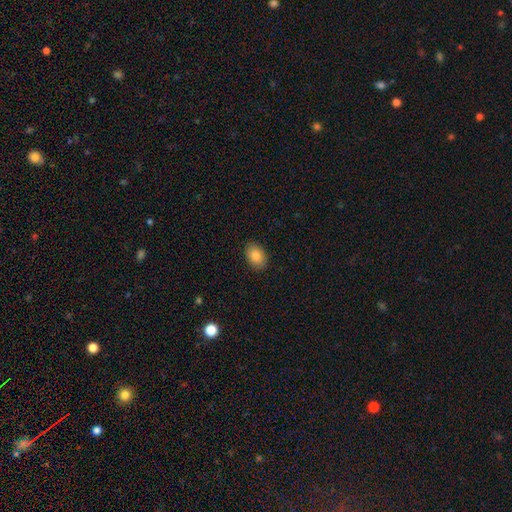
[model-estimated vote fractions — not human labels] A smooth galaxy with no disk features (86%) that is in between round and cigar-shaped (82%).

Vote fractions:
- Smooth or featured? smooth: 86% / star or artifact: 8% / featured or disk: 6%
- How rounded? in between: 82% / round: 17% / cigar-shaped: 1%
- Merging? none: 89% / minor disturbance: 8% / major disturbance: 2% / merger: 1%